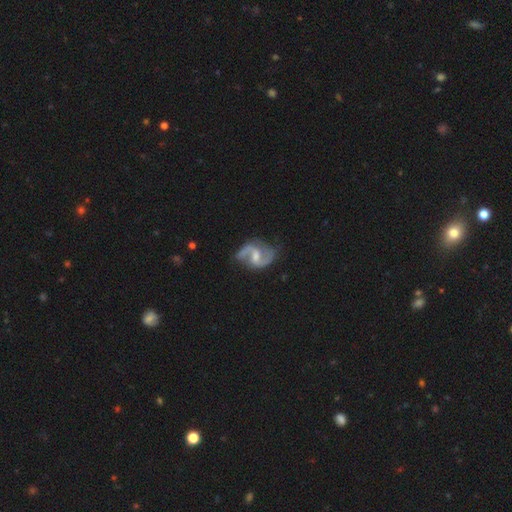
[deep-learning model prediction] Smooth or featured? Predicted: featured or disk (p=0.91). Edge-on disk? Predicted: no (p=0.98). Bar? Predicted: weak (p=0.56). Spiral arms? Predicted: yes (p=0.97). Spiral winding? Predicted: medium (p=0.49). Spiral arm count? Predicted: 2 (p=0.93). Bulge size? Predicted: moderate (p=0.48). Merging? Predicted: none (p=0.72).